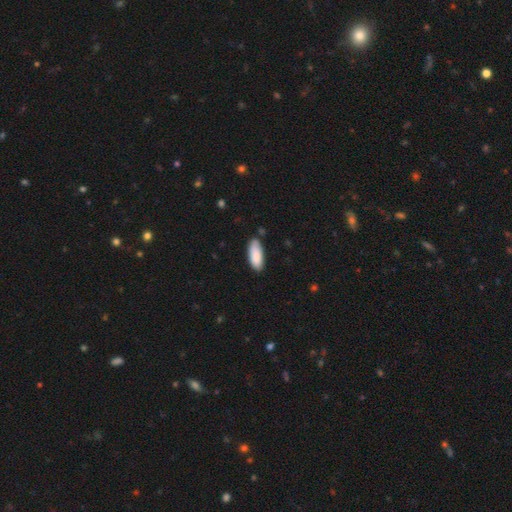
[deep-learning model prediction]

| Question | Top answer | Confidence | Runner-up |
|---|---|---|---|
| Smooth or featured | smooth | 88% | featured or disk (6%) |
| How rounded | in between | 80% | cigar-shaped (19%) |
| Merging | none | 76% | minor disturbance (19%) |